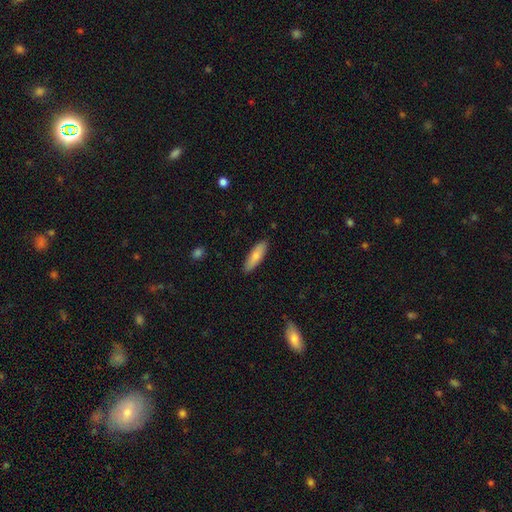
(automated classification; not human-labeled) Morphology: type=smooth (77%); roundness=cigar-shaped (55%); merging=none (88%).